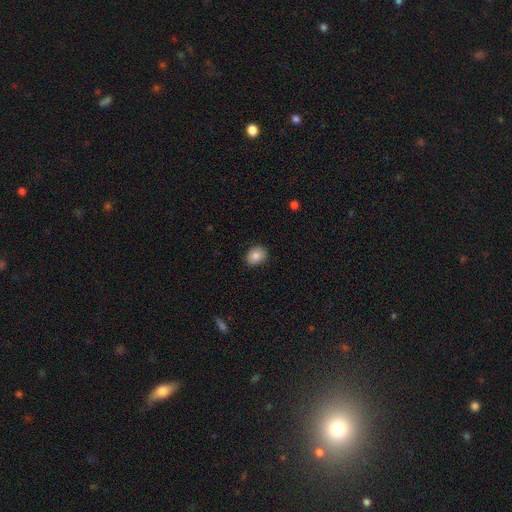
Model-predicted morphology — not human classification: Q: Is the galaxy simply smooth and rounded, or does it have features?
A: smooth — 82%.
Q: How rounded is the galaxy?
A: in between — 51%.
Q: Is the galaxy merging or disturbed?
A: none — 87%.